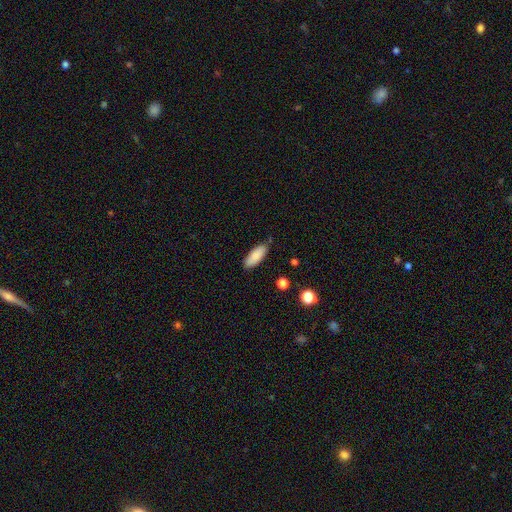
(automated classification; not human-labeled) Smooth or featured: smooth — 86% (featured or disk — 8%)
How rounded: in between — 76% (cigar-shaped — 22%)
Merging: none — 82% (minor disturbance — 14%)